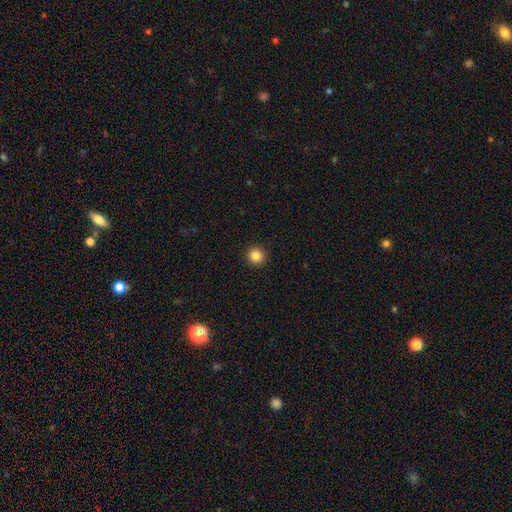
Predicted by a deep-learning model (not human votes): smooth_or_featured: smooth (p=0.85) [alt: star or artifact p=0.11]
how_rounded: round (p=0.94) [alt: in between p=0.05]
merging: none (p=0.93) [alt: minor disturbance p=0.05]